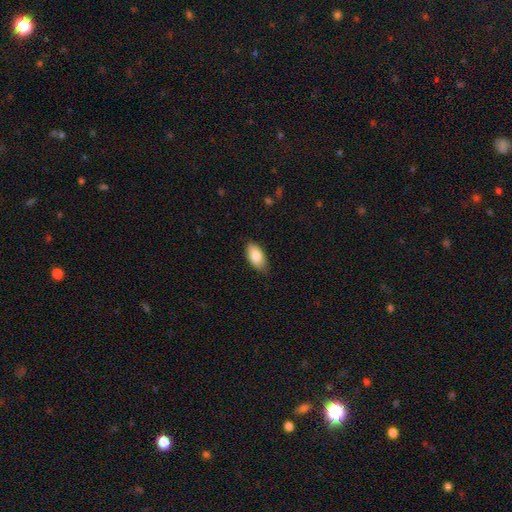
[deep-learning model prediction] smooth_or_featured: smooth (p=0.86) [alt: featured or disk p=0.08]
how_rounded: in between (p=0.94) [alt: cigar-shaped p=0.03]
merging: none (p=0.81) [alt: minor disturbance p=0.16]